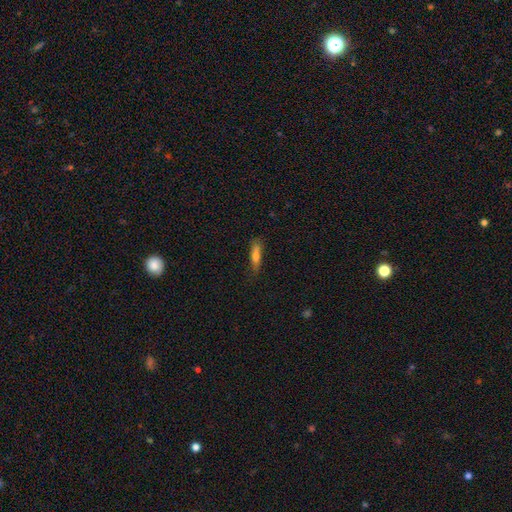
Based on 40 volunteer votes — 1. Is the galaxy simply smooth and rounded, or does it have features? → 75% smooth, 22% featured or disk, 2% star or artifact.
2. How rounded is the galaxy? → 80% cigar-shaped, 20% in between, 0% round.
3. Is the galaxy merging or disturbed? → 77% none, 21% minor disturbance, 3% major disturbance, 0% merger.